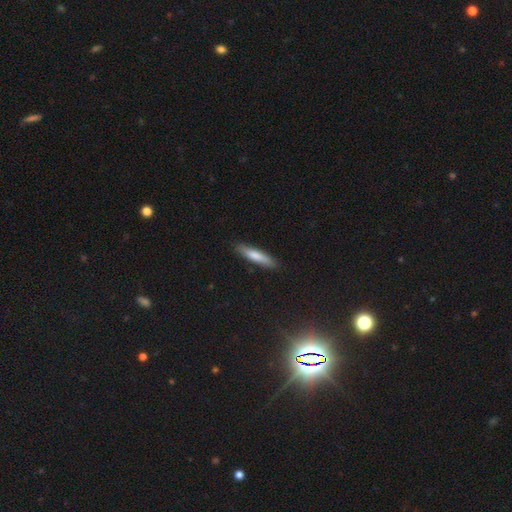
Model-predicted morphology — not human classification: This appears to be a smooth galaxy with no disk features (76%) that is cigar-shaped (85%). Merging: none (88%).